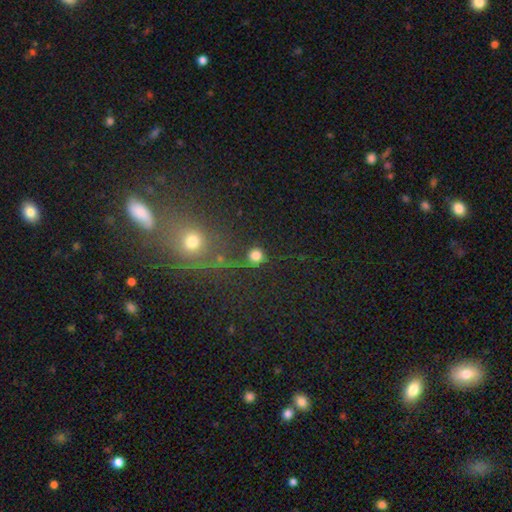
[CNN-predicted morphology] A smooth galaxy with no disk features (77%) that is round (91%). Merging: none (69%).